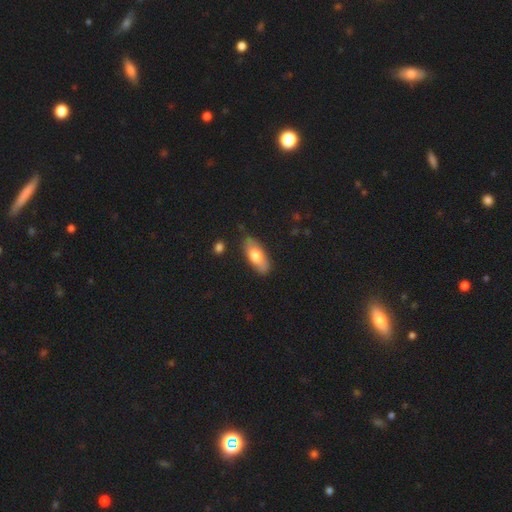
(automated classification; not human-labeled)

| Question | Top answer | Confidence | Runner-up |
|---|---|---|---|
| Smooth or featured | smooth | 70% | featured or disk (25%) |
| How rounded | in between | 82% | cigar-shaped (15%) |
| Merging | none | 82% | minor disturbance (14%) |